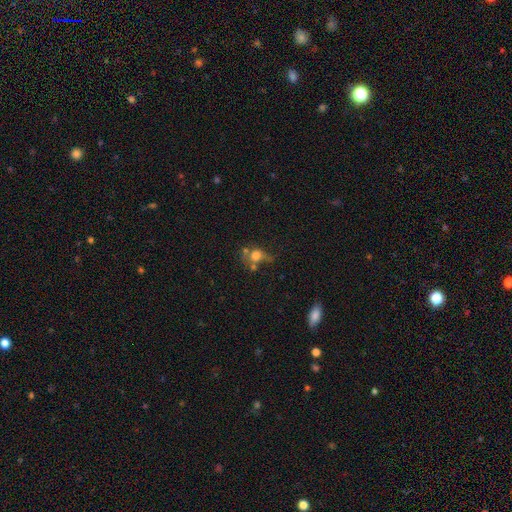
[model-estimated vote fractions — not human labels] smooth_or_featured: smooth (p=0.63) [alt: featured or disk p=0.22]
how_rounded: round (p=0.66) [alt: in between p=0.32]
merging: none (p=0.33) [alt: merger p=0.28]